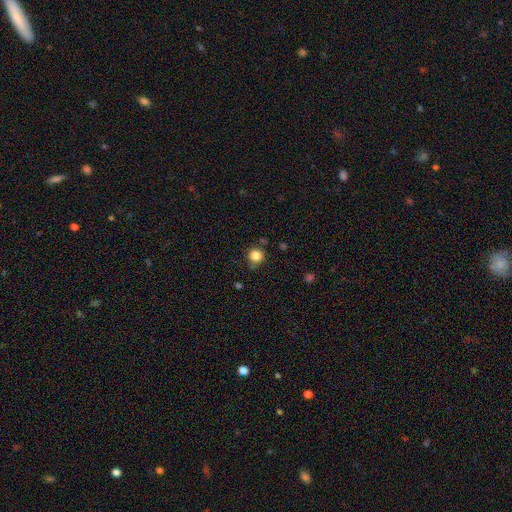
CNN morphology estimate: smooth-or-featured: smooth: 84% | star or artifact: 11% | featured or disk: 4%
  how-rounded: round: 93% | in between: 6% | cigar-shaped: 1%
  merging: none: 84% | minor disturbance: 9% | merger: 4% | major disturbance: 3%